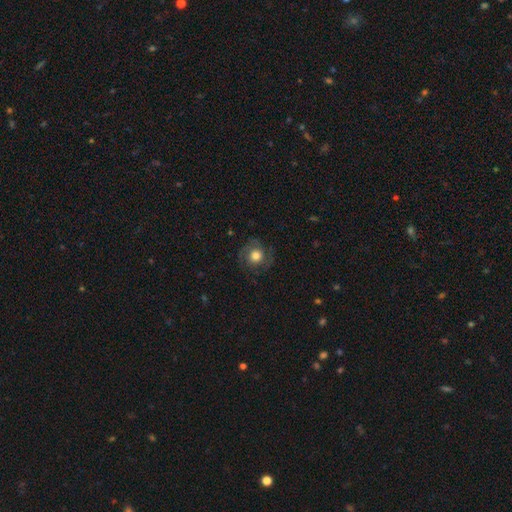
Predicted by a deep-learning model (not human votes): A smooth galaxy with no disk features (53%) that is round (89%). Merging: none (77%).